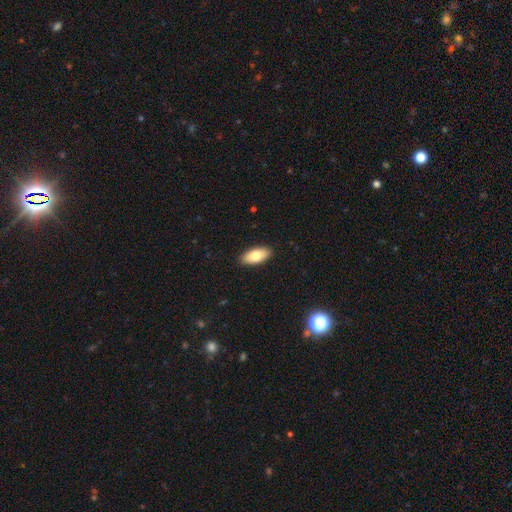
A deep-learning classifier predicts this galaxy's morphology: Smooth or featured?
  - smooth: 77% *
  - featured or disk: 17%
  - star or artifact: 6%
How rounded?
  - in between: 89% *
  - cigar-shaped: 8%
  - round: 3%
Merging?
  - none: 90% *
  - minor disturbance: 7%
  - major disturbance: 2%
  - merger: 1%